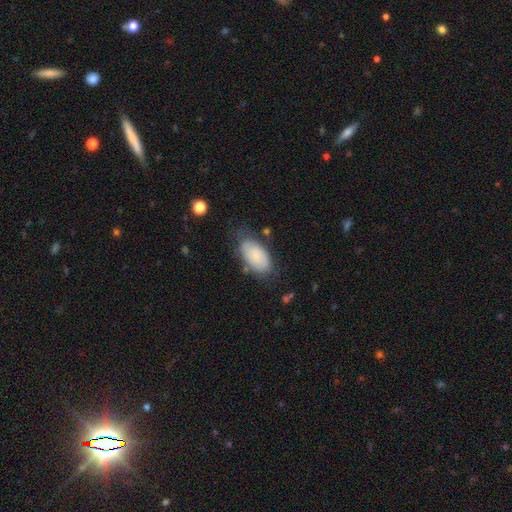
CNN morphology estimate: This is likely a smooth galaxy (78%). How rounded: clearly in between (94%). Merging: likely none (62%).